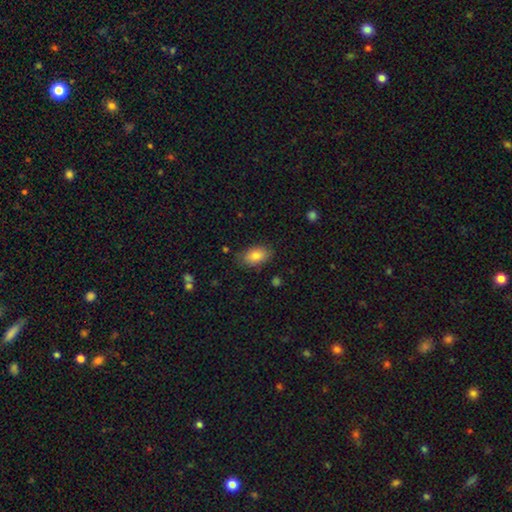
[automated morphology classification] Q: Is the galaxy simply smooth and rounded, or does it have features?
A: smooth — 83%.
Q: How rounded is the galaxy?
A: in between — 91%.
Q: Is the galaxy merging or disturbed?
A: none — 80%.